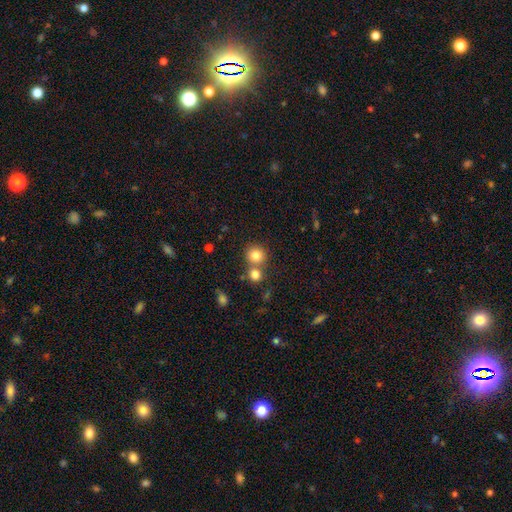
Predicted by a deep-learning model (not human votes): Q: Smooth or featured?
A: smooth (80%); runner-up: star or artifact (12%)
Q: How rounded?
A: round (88%); runner-up: in between (11%)
Q: Merging?
A: none (60%); runner-up: merger (30%)